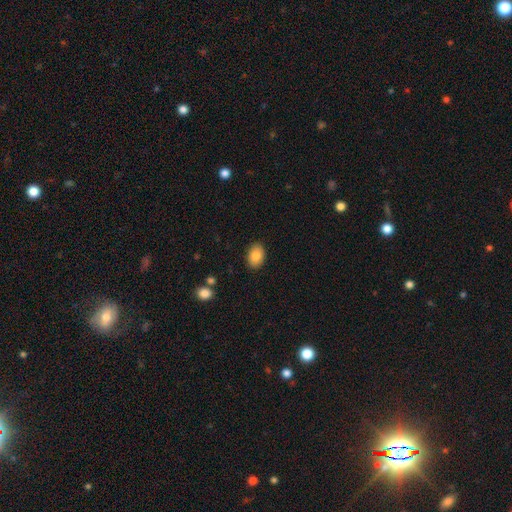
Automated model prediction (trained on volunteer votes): This appears to be a smooth galaxy with no disk features (85%) that is in between round and cigar-shaped (87%). Merging: none (88%).